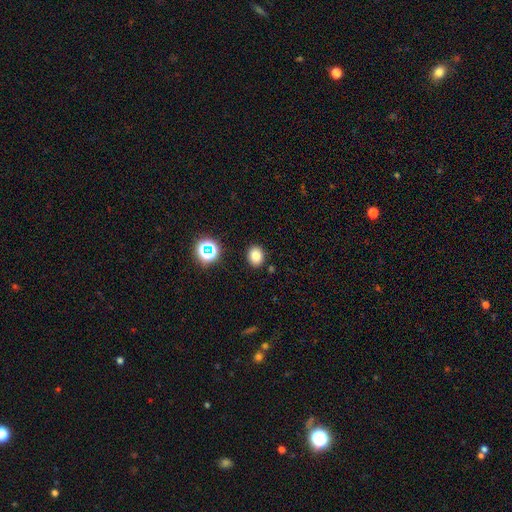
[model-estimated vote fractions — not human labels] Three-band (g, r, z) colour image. It shows a smooth galaxy with no disk features (79%) that is round (57%). Merging: none (88%).